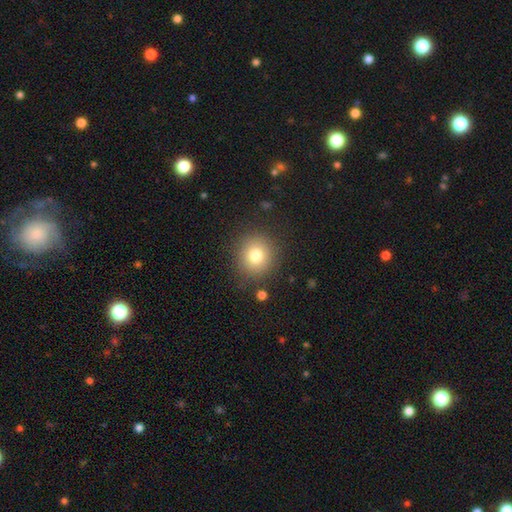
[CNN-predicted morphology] The model was most divided on "smooth or featured": smooth: 78%, star or artifact: 12%, featured or disk: 10%. More confident: how rounded — round (88%); merging — none (86%).